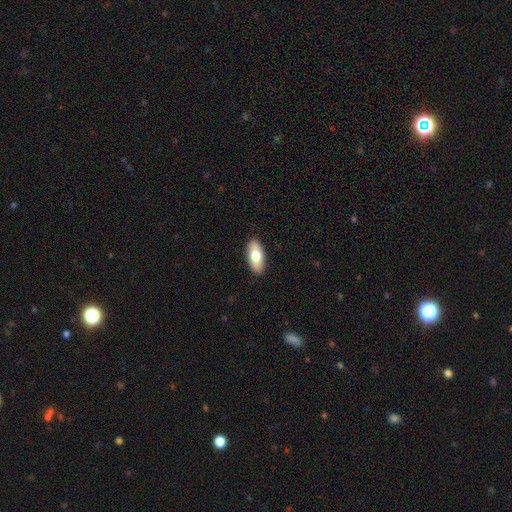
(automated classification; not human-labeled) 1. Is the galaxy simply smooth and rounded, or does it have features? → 75% smooth, 19% featured or disk, 6% star or artifact.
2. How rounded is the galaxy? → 87% in between, 10% cigar-shaped, 3% round.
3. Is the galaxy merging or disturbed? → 90% none, 7% minor disturbance, 2% major disturbance, 1% merger.